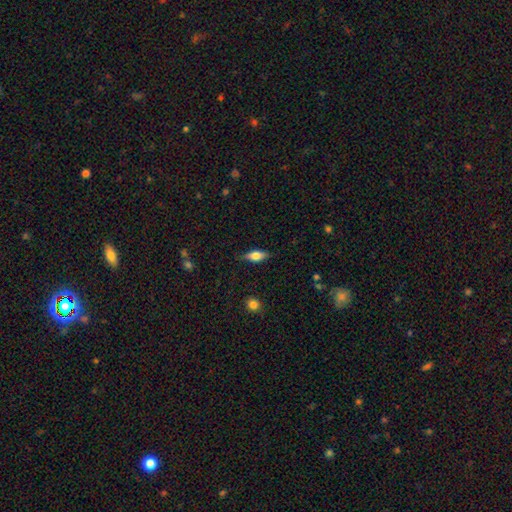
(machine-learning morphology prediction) smooth_or_featured: smooth (p=0.57) [alt: featured or disk p=0.36]
how_rounded: in between (p=0.71) [alt: cigar-shaped p=0.24]
merging: none (p=0.83) [alt: minor disturbance p=0.13]